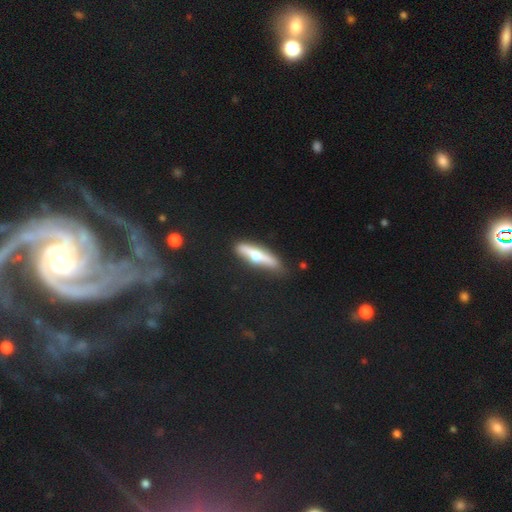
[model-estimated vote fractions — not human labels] A featured or disk galaxy (57%) viewed edge-on (91%) with a rounded central bulge (91%). Merging: none (78%).